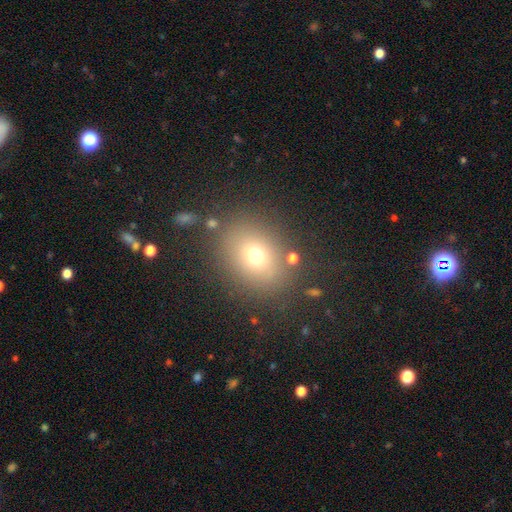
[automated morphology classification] This appears to be a smooth galaxy with no disk features (69%) that is round (52%). Merging: none (80%).